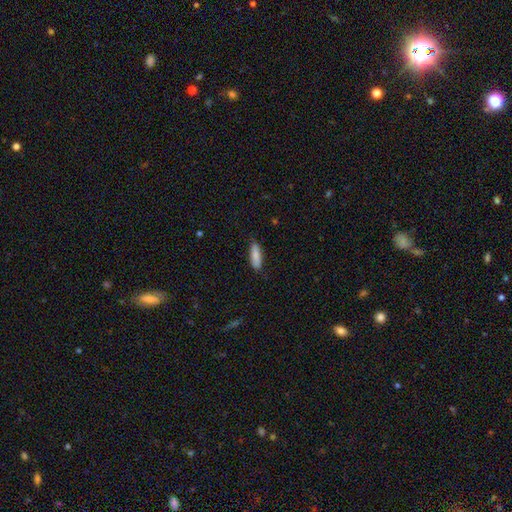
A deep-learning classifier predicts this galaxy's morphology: smooth_or_featured: smooth (p=0.84) [alt: featured or disk p=0.11]
how_rounded: in between (p=0.50) [alt: cigar-shaped p=0.48]
merging: none (p=0.84) [alt: minor disturbance p=0.13]